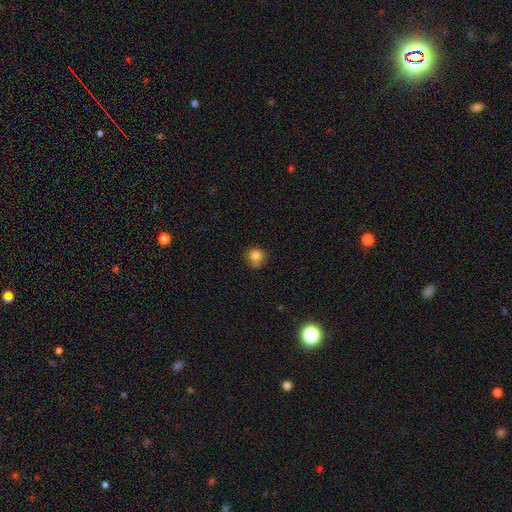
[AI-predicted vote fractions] Smooth or featured? Predicted: smooth (p=0.80). How rounded? Predicted: round (p=0.88). Merging? Predicted: none (p=0.68).